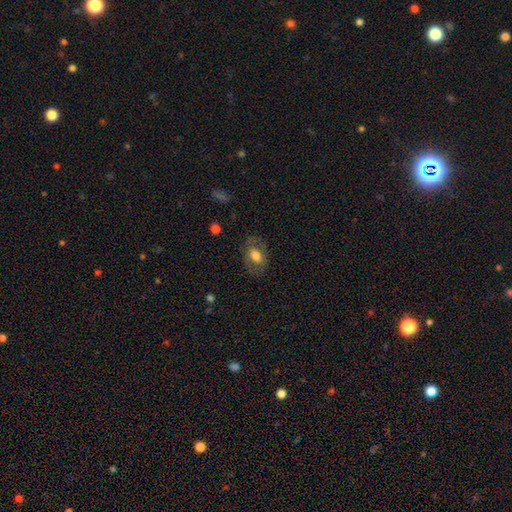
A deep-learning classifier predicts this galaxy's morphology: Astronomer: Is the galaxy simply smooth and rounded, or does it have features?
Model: smooth — 56% (runner-up: featured or disk, 37%).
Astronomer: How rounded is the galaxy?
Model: in between — 81%.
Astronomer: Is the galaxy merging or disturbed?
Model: none — 75%.